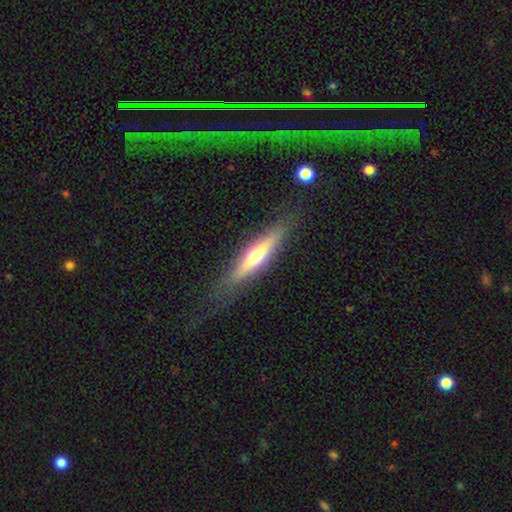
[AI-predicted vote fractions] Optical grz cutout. It shows a featured or disk galaxy (54%) viewed edge-on (92%). Merging: none (82%).